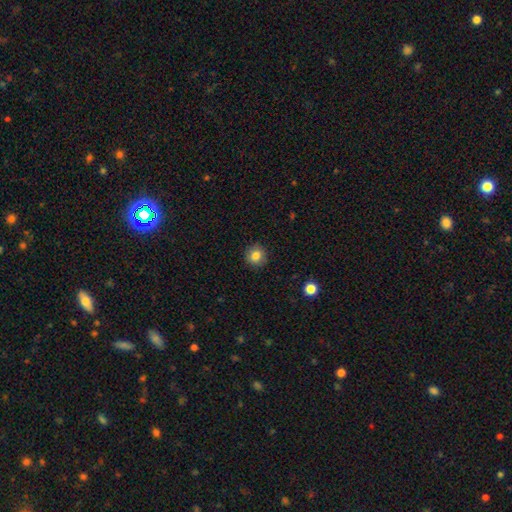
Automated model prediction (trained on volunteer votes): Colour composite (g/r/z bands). It shows a smooth galaxy with no disk features (83%) that is round (92%). Merging: none (91%).